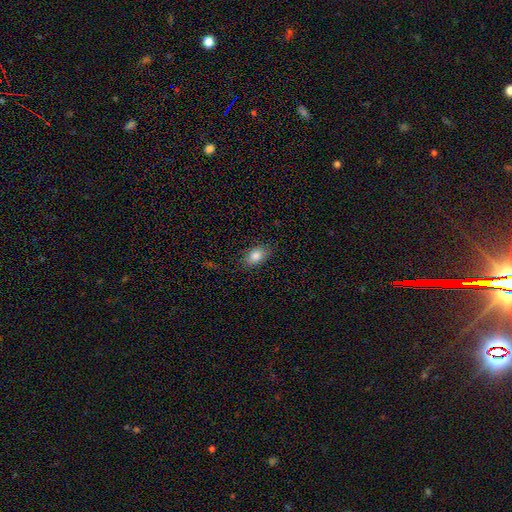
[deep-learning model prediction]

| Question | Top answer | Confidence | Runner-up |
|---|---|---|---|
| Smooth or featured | smooth | 84% | star or artifact (9%) |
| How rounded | in between | 84% | round (14%) |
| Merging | none | 84% | minor disturbance (12%) |